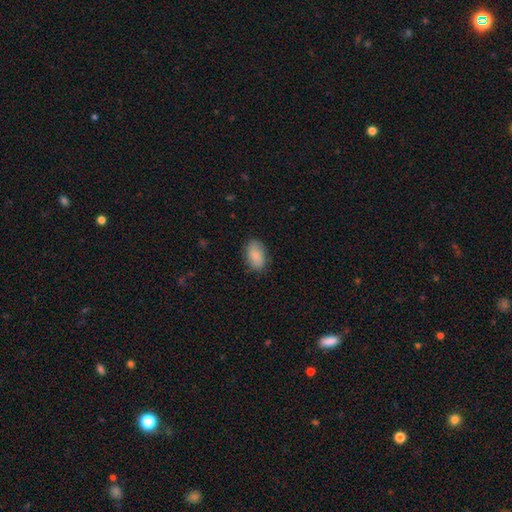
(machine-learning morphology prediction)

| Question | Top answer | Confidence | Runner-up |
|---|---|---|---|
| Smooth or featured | smooth | 87% | featured or disk (7%) |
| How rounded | in between | 91% | round (8%) |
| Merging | none | 82% | minor disturbance (14%) |